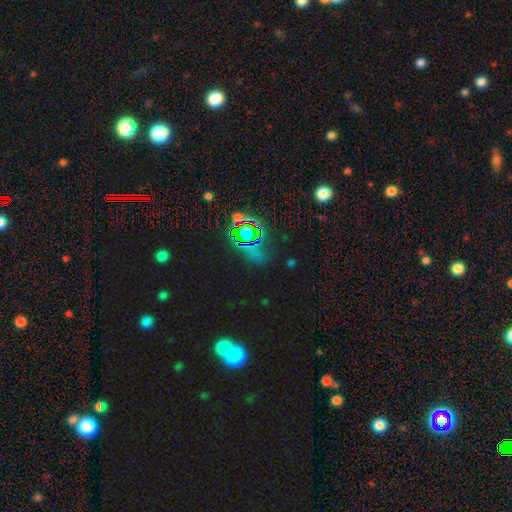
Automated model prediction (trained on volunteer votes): A star or artifact, not a galaxy (68%).

Vote fractions:
- Smooth or featured? star or artifact: 68% / smooth: 20% / featured or disk: 12%